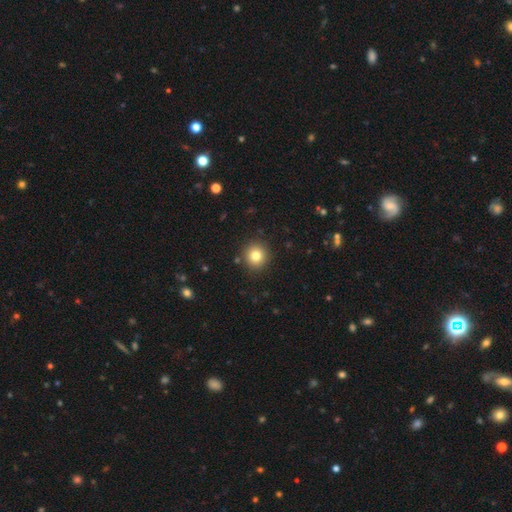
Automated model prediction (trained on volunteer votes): smooth 80%, star or artifact 12%, featured or disk 8%. Down the decision tree: how rounded — round (93%); merging — none (90%).